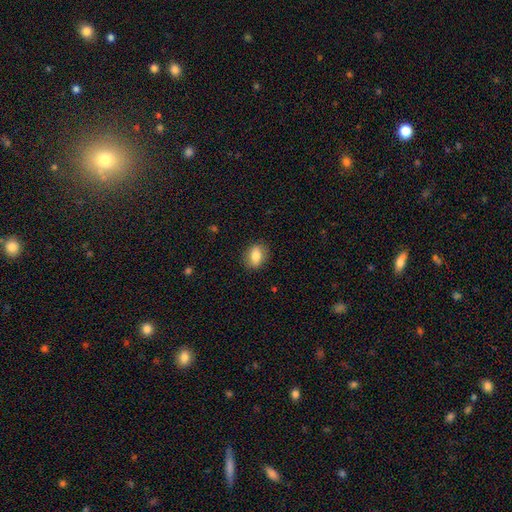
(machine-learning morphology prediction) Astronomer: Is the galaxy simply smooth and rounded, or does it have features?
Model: smooth — 80%.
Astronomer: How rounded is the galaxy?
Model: in between — 70%.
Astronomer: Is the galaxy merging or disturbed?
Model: none — 87%.